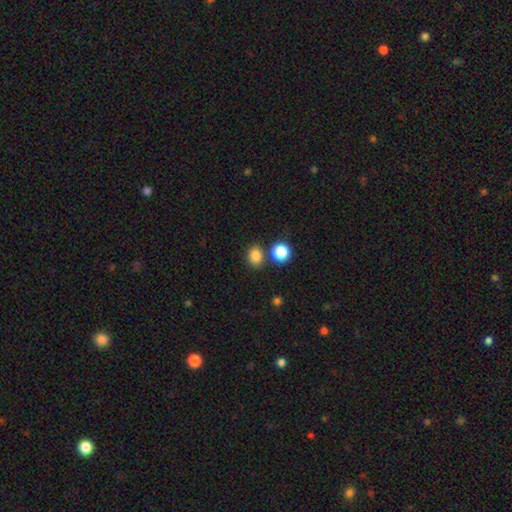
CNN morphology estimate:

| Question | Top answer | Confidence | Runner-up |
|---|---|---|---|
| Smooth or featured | smooth | 83% | star or artifact (13%) |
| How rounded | round | 61% | in between (38%) |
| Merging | none | 73% | merger (15%) |